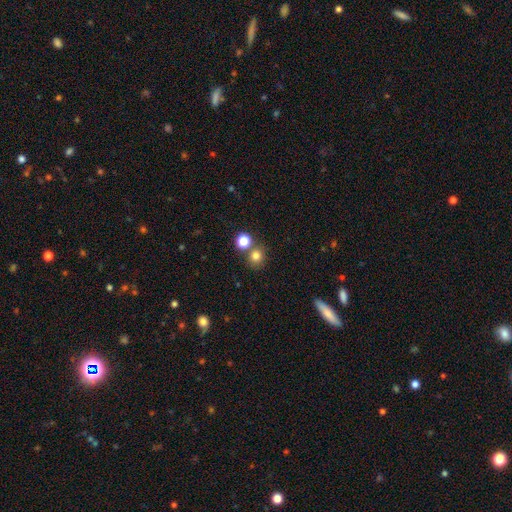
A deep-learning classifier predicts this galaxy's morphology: Smooth or featured?
  - smooth: 79% *
  - star or artifact: 15%
  - featured or disk: 6%
How rounded?
  - round: 86% *
  - in between: 13%
  - cigar-shaped: 1%
Merging?
  - none: 70% *
  - merger: 19%
  - minor disturbance: 8%
  - major disturbance: 3%